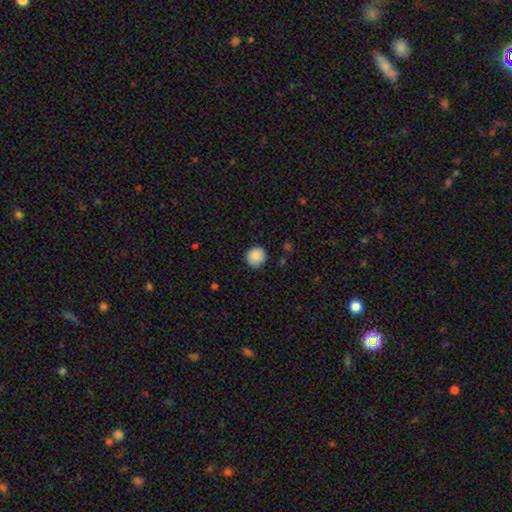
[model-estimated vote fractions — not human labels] Q: Smooth or featured?
A: smooth (87%); runner-up: star or artifact (8%)
Q: How rounded?
A: round (91%); runner-up: in between (9%)
Q: Merging?
A: none (84%); runner-up: minor disturbance (12%)